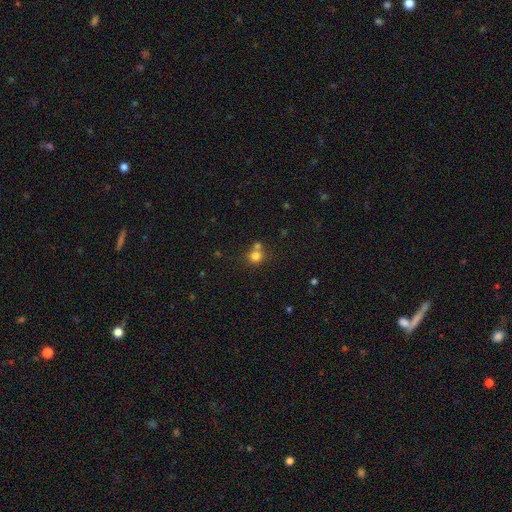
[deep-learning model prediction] Smooth or featured?
  - smooth: 78% *
  - star or artifact: 14%
  - featured or disk: 8%
How rounded?
  - round: 87% *
  - in between: 12%
  - cigar-shaped: 1%
Merging?
  - none: 55% *
  - merger: 34%
  - minor disturbance: 8%
  - major disturbance: 3%